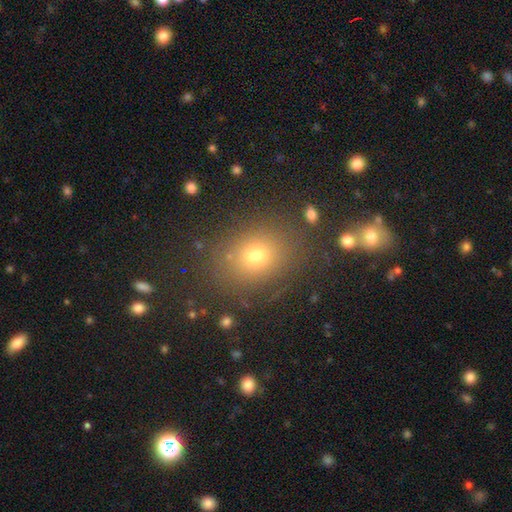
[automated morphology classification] smooth 72%, star or artifact 18%, featured or disk 10%. Down the decision tree: how rounded — round (55%); merging — none (82%).